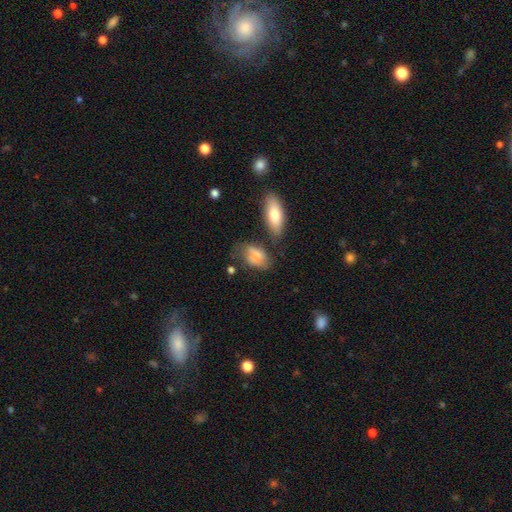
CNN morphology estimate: Smooth or featured? smooth (68%)
How rounded? in between (85%)
Merging? none (45%)